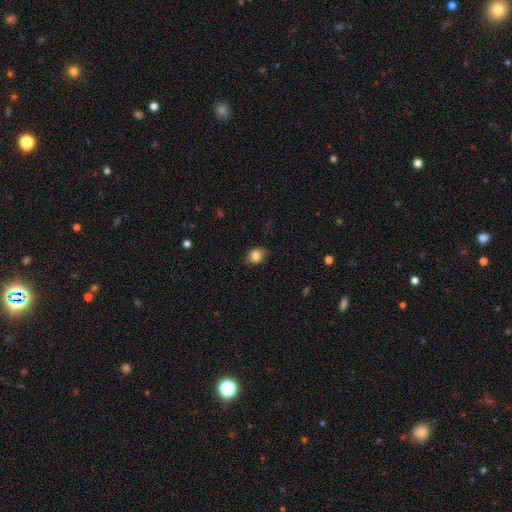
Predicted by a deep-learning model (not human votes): A smooth galaxy with no disk features (84%) that is in between round and cigar-shaped (53%). Merging: none (84%).